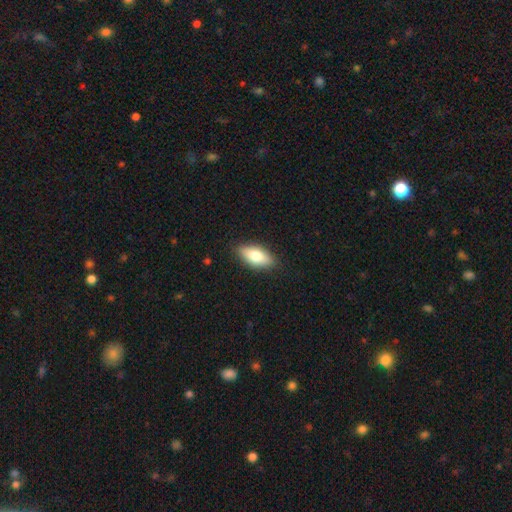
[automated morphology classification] Smooth or featured: smooth — 73% (featured or disk — 21%)
How rounded: in between — 83% (cigar-shaped — 14%)
Merging: none — 86% (minor disturbance — 10%)